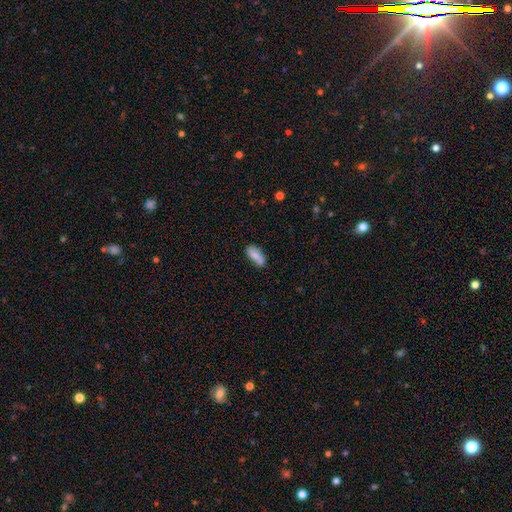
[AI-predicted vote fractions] A smooth galaxy with no disk features (70%) that is in between round and cigar-shaped (84%). Merging: none (53%).